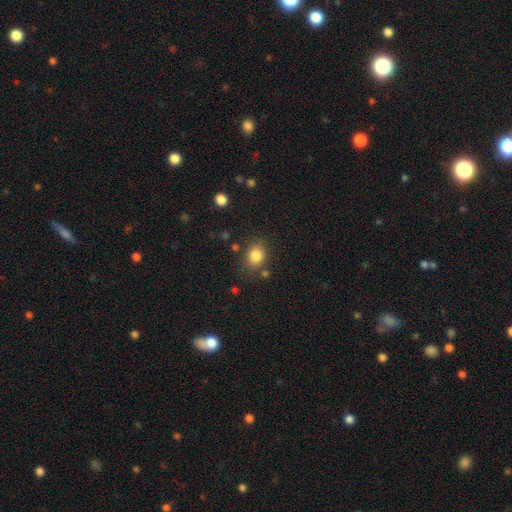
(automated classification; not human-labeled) smooth-or-featured: smooth: 84% | star or artifact: 11% | featured or disk: 6%
  how-rounded: round: 56% | in between: 43% | cigar-shaped: 1%
  merging: none: 77% | minor disturbance: 14% | merger: 5% | major disturbance: 5%